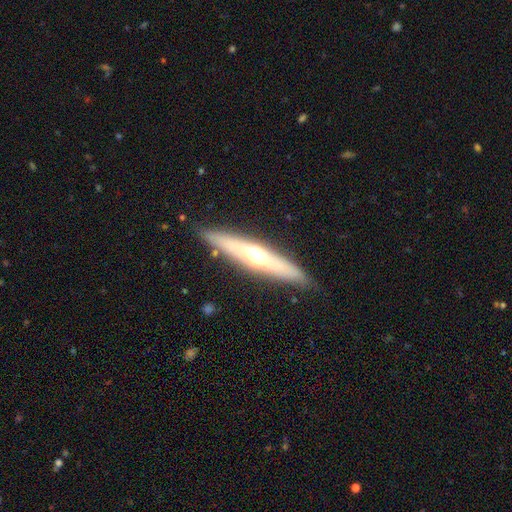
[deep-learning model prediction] Overall: featured or disk (64%; smooth 30%). Edge-on disk: yes (90%). Edge-on bulge: rounded (87%). Merging: none (88%).